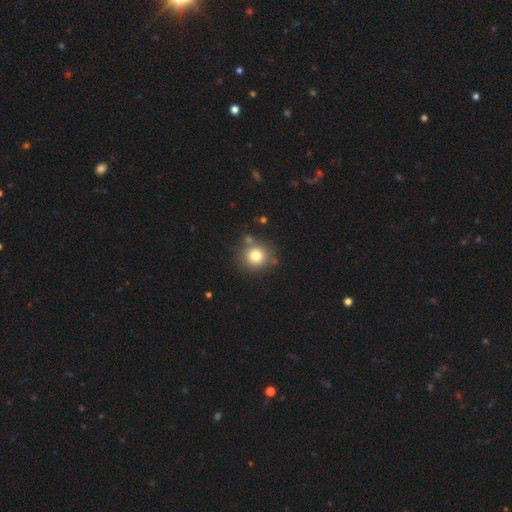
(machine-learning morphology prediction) This is likely a smooth galaxy (78%). How rounded: clearly round (91%). Merging: likely none (78%).